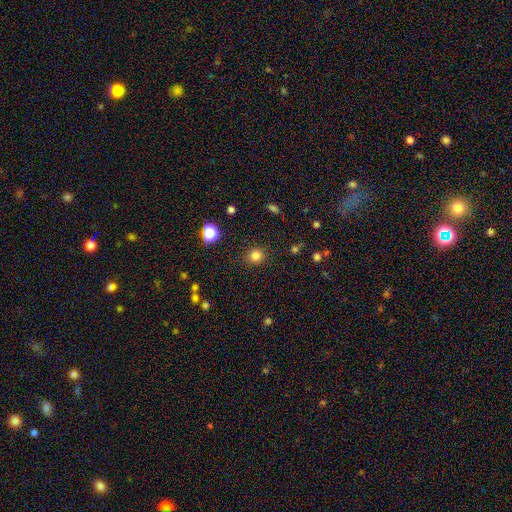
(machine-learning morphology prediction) Smooth or featured?
  - smooth: 82% *
  - star or artifact: 14%
  - featured or disk: 4%
How rounded?
  - round: 90% *
  - in between: 9%
  - cigar-shaped: 1%
Merging?
  - none: 90% *
  - minor disturbance: 7%
  - major disturbance: 3%
  - merger: 1%